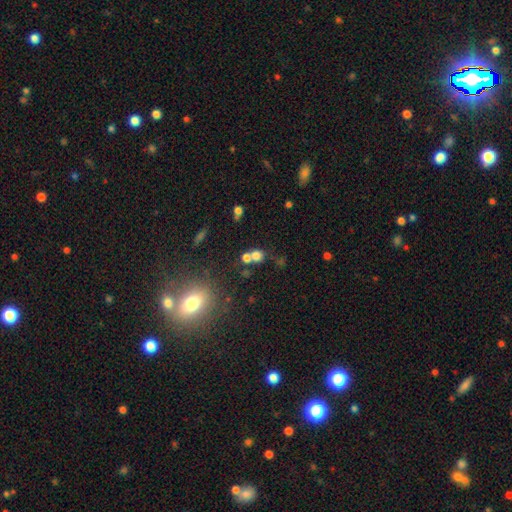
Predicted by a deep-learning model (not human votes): Overall: smooth (70%). How rounded: round (78%). Merging: none (44%; merger 42%).